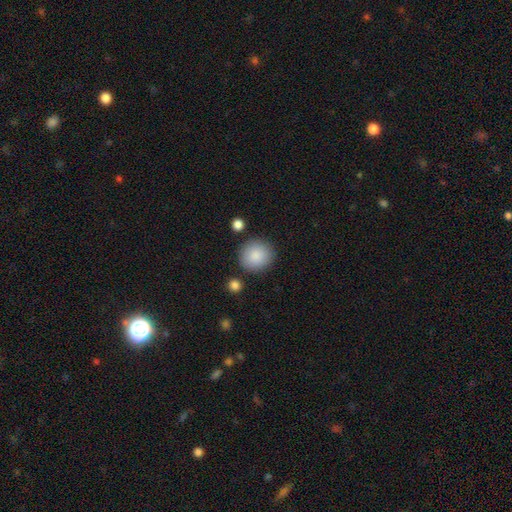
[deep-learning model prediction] Smooth or featured? smooth (88%)
How rounded? round (87%)
Merging? none (84%)